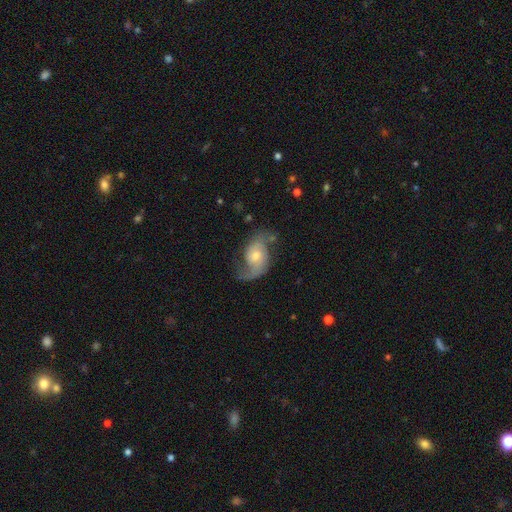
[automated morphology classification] type=featured or disk (82%); edge-on=no (97%); bar=no (64%); spiral arms=yes (95%); winding=loose (50%); arm count=2 (87%); bulge=moderate (47%); merging=none (63%).